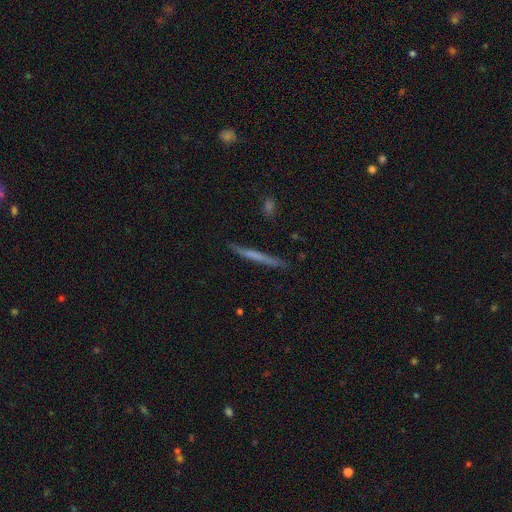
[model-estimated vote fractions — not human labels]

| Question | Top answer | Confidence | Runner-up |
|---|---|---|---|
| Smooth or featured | smooth | 51% | featured or disk (42%) |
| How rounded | cigar-shaped | 96% | in between (2%) |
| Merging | none | 86% | minor disturbance (10%) |